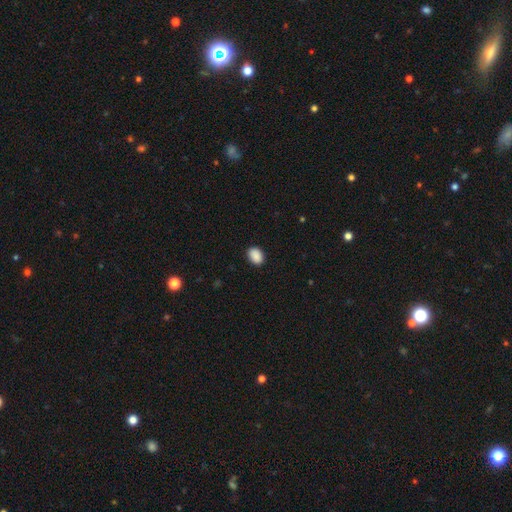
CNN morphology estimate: Q: Smooth or featured?
A: smooth (90%); runner-up: star or artifact (7%)
Q: How rounded?
A: in between (77%); runner-up: round (22%)
Q: Merging?
A: none (88%); runner-up: minor disturbance (9%)